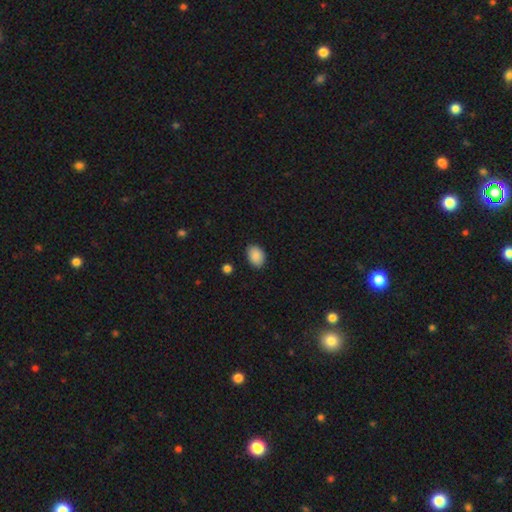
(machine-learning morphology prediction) Smooth or featured: smooth — 89% (star or artifact — 8%)
How rounded: in between — 76% (round — 23%)
Merging: none — 86% (minor disturbance — 11%)